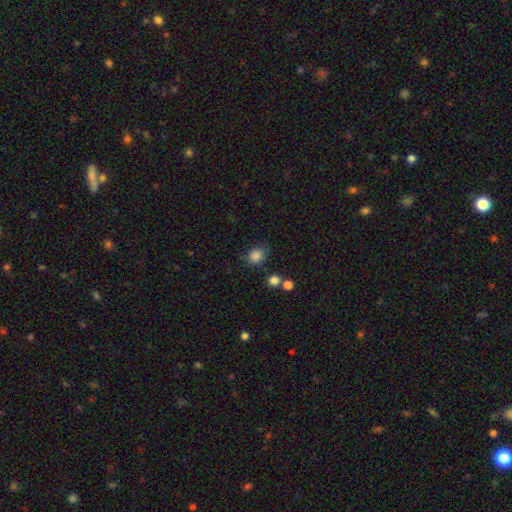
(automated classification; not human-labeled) smooth-or-featured: smooth: 85% | star or artifact: 11% | featured or disk: 4%
  how-rounded: round: 69% | in between: 30% | cigar-shaped: 1%
  merging: none: 73% | minor disturbance: 17% | merger: 5% | major disturbance: 5%